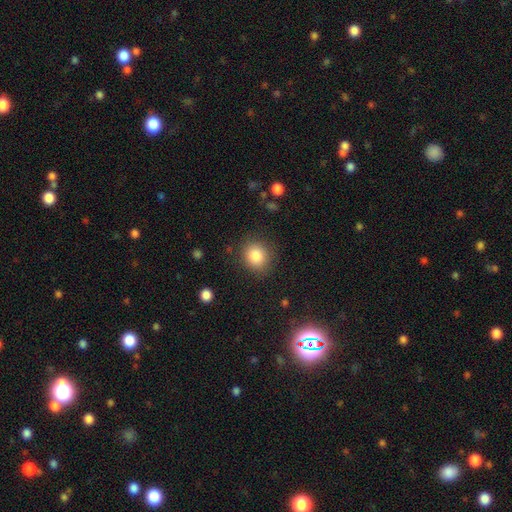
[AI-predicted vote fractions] Smooth or featured? smooth (84%)
How rounded? round (81%)
Merging? none (86%)